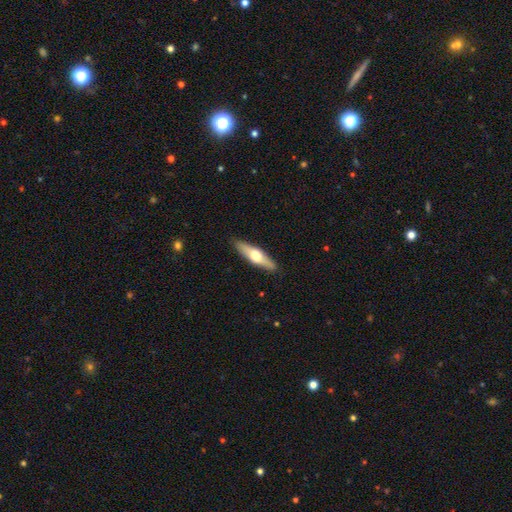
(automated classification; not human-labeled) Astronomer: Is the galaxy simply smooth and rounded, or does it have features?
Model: featured or disk — 49% (runner-up: smooth, 46%).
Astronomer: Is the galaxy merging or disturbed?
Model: none — 89%.